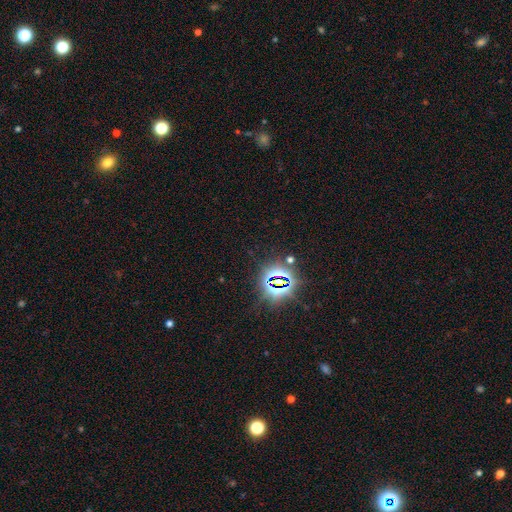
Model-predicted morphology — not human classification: A star or artifact, not a galaxy (80%).